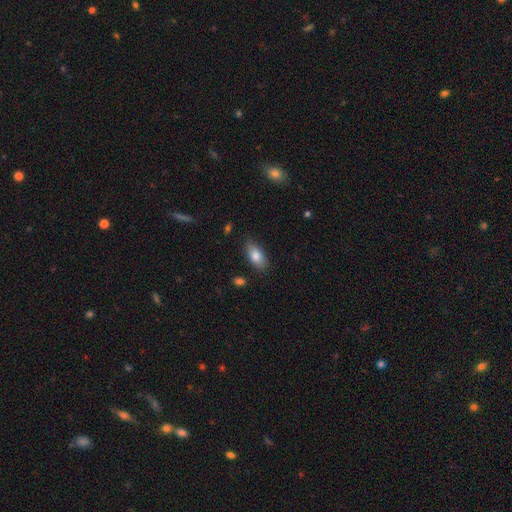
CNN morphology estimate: smooth-or-featured: smooth: 83% | featured or disk: 10% | star or artifact: 7%
  how-rounded: in between: 89% | cigar-shaped: 8% | round: 3%
  merging: none: 84% | minor disturbance: 12% | major disturbance: 3% | merger: 2%